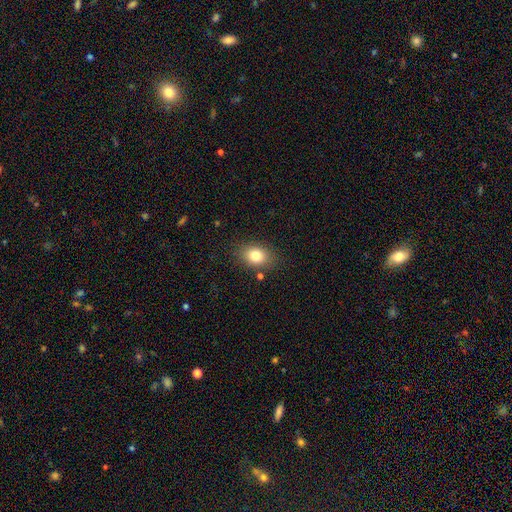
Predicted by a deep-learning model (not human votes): smooth_or_featured: smooth (p=0.80) [alt: star or artifact p=0.10]
how_rounded: in between (p=0.68) [alt: round p=0.30]
merging: none (p=0.82) [alt: minor disturbance p=0.11]